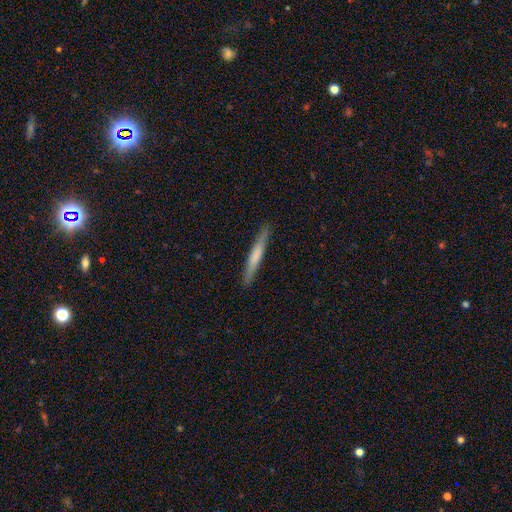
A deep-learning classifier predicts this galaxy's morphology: smooth_or_featured: smooth (p=0.59) [alt: featured or disk p=0.35]
how_rounded: cigar-shaped (p=0.96) [alt: in between p=0.03]
merging: none (p=0.91) [alt: minor disturbance p=0.07]